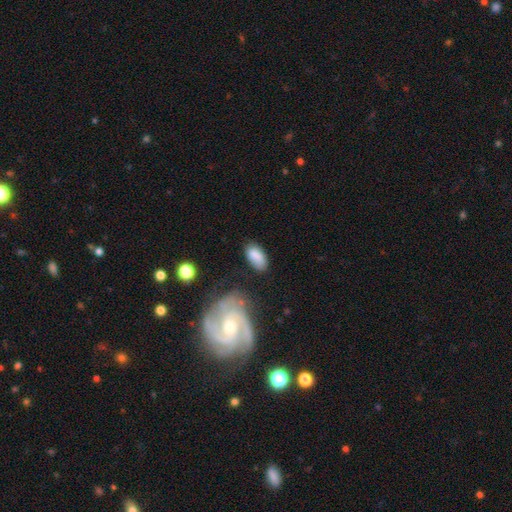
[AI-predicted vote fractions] smooth-or-featured: smooth: 81% | featured or disk: 11% | star or artifact: 8%
  how-rounded: in between: 94% | round: 3% | cigar-shaped: 3%
  merging: none: 63% | minor disturbance: 24% | major disturbance: 7% | merger: 6%